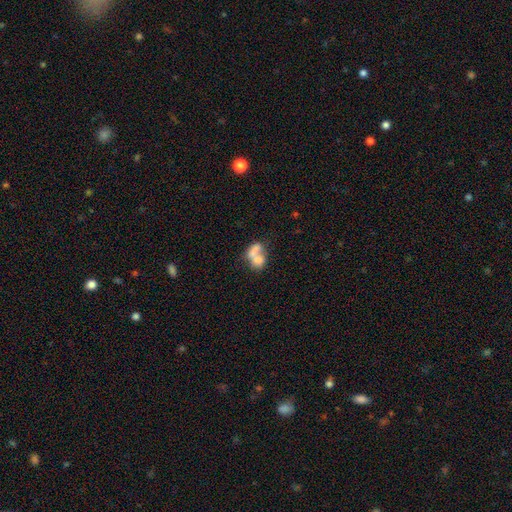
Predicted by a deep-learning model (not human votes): smooth_or_featured: smooth (p=0.65) [alt: featured or disk p=0.26]
how_rounded: in between (p=0.69) [alt: round p=0.28]
merging: merger (p=0.62) [alt: none p=0.18]